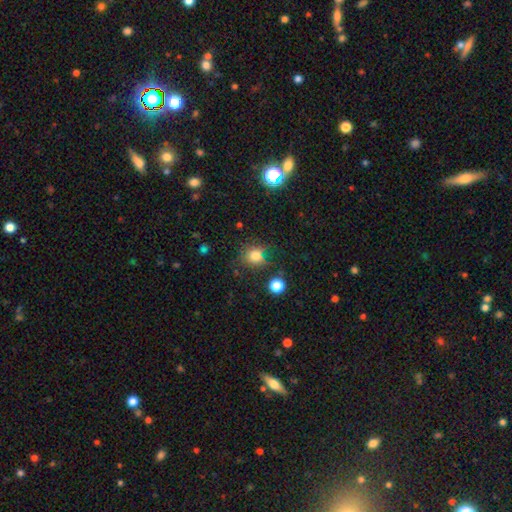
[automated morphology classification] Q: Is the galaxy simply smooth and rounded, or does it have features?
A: smooth — 74%.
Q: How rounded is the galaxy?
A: round — 78%.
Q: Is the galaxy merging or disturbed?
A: none — 72%.